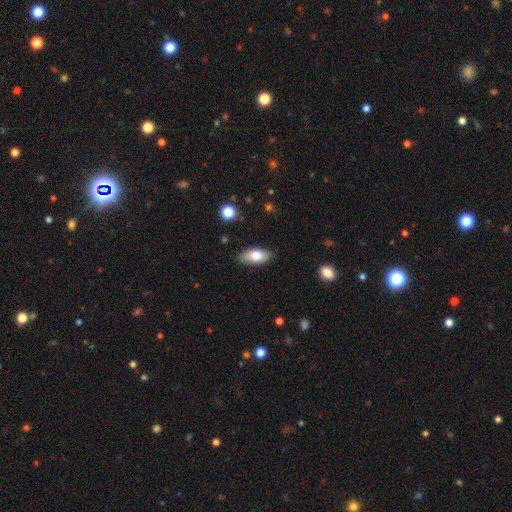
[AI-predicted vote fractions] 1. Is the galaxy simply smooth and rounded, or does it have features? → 75% smooth, 18% featured or disk, 7% star or artifact.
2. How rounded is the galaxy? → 88% in between, 9% cigar-shaped, 3% round.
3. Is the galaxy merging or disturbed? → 85% none, 12% minor disturbance, 2% major disturbance, 1% merger.